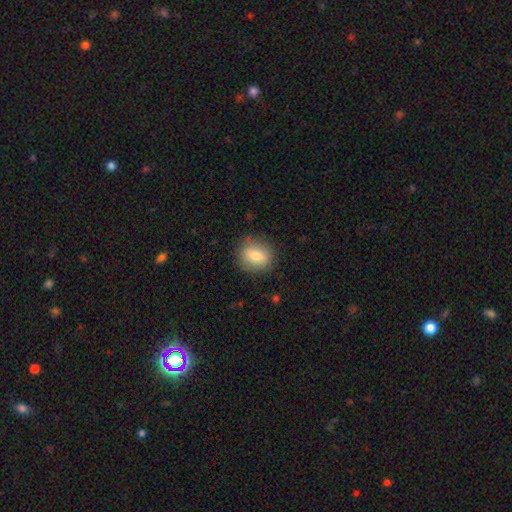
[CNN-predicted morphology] Q: Smooth or featured?
A: smooth (77%); runner-up: featured or disk (15%)
Q: How rounded?
A: round (72%); runner-up: in between (27%)
Q: Merging?
A: none (85%); runner-up: minor disturbance (11%)